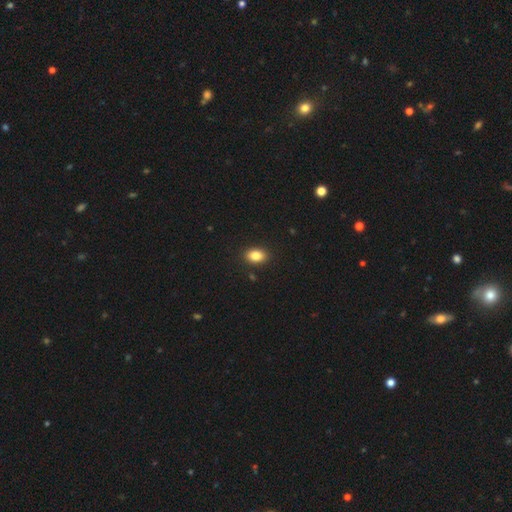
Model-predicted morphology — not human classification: A smooth galaxy with no disk features (85%) that is in between round and cigar-shaped (80%). Merging: none (90%).